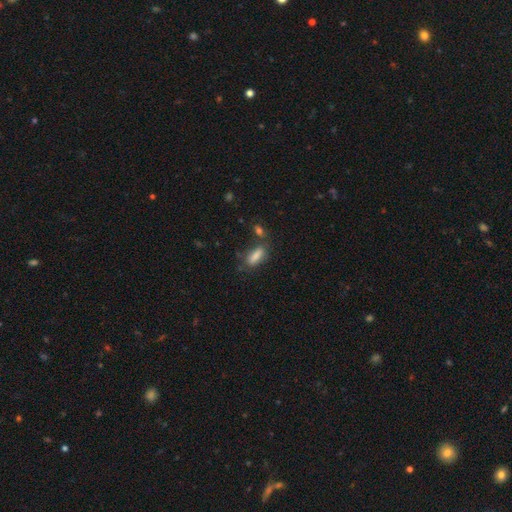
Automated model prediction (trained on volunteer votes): smooth_or_featured: smooth (p=0.80) [alt: star or artifact p=0.10]
how_rounded: in between (p=0.64) [alt: cigar-shaped p=0.33]
merging: none (p=0.61) [alt: minor disturbance p=0.19]